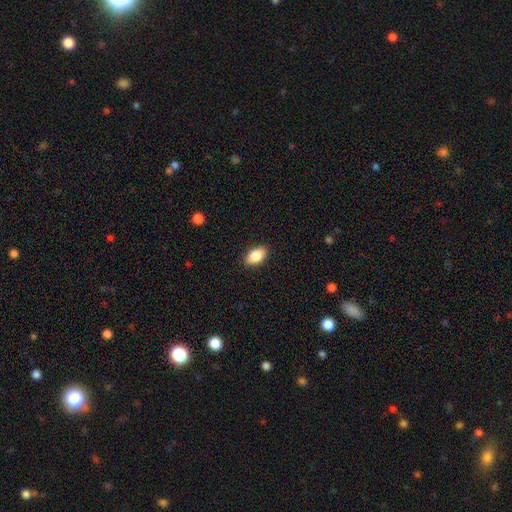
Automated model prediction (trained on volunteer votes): This appears to be a smooth galaxy with no disk features (85%) that is in between round and cigar-shaped (91%). Merging: none (88%).